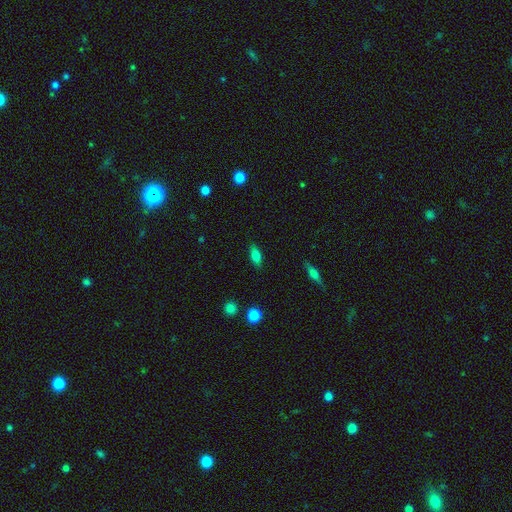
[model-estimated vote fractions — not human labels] This appears to be a smooth galaxy with no disk features (72%) that is in between round and cigar-shaped (76%). Merging: none (85%).